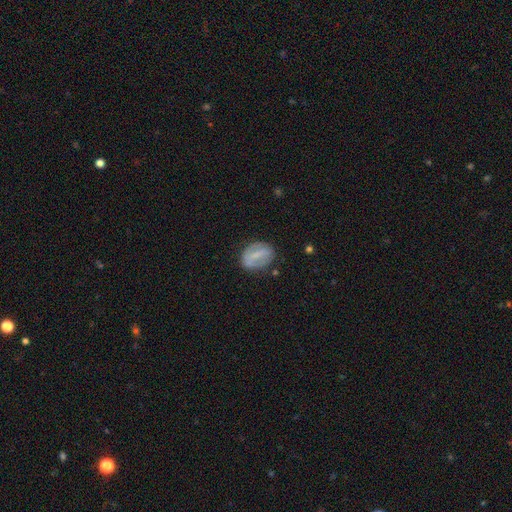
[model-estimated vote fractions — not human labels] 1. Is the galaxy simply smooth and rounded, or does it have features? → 47% featured or disk, 46% smooth, 8% star or artifact.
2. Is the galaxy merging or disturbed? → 74% none, 18% minor disturbance, 7% major disturbance, 2% merger.